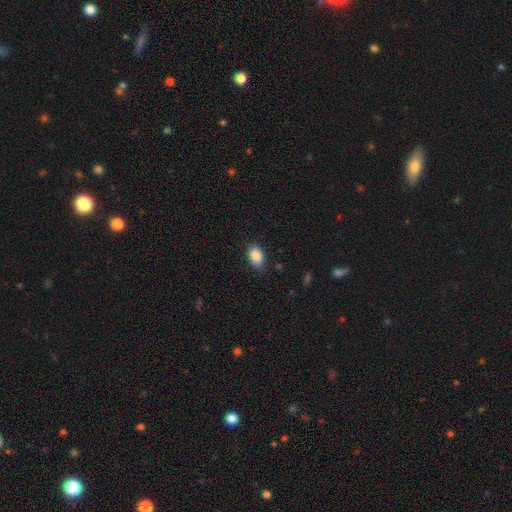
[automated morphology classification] This is clearly a smooth galaxy (89%). How rounded: clearly in between (87%). Merging: clearly none (84%).